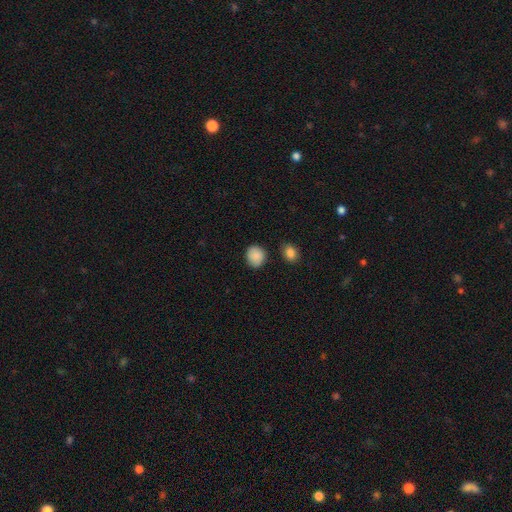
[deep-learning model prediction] Q: Smooth or featured?
A: smooth (89%); runner-up: star or artifact (8%)
Q: How rounded?
A: round (71%); runner-up: in between (28%)
Q: Merging?
A: none (83%); runner-up: minor disturbance (12%)